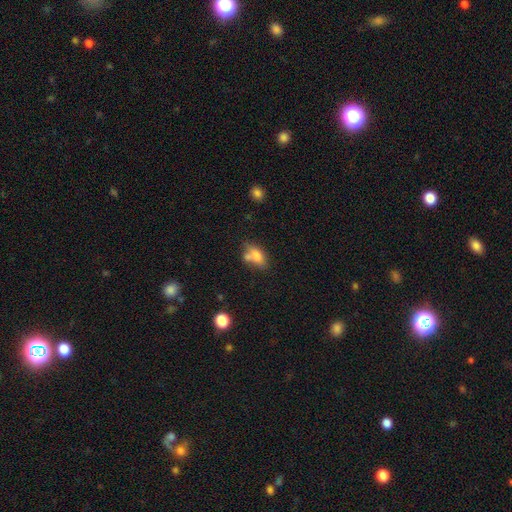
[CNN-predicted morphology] Smooth or featured? Predicted: smooth (p=0.73). How rounded? Predicted: in between (p=0.83). Merging? Predicted: none (p=0.45).